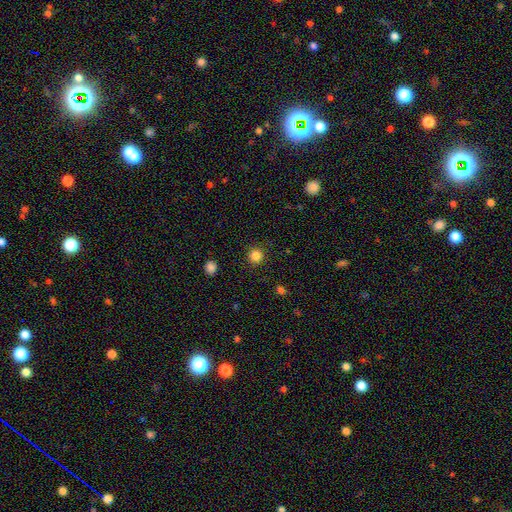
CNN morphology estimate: Overall: smooth (84%). How rounded: round (95%). Merging: none (91%).